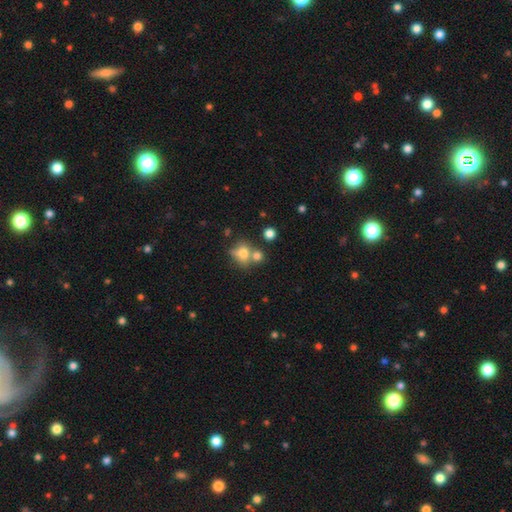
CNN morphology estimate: type=smooth (64%); roundness=round (64%); merging=none (47%).